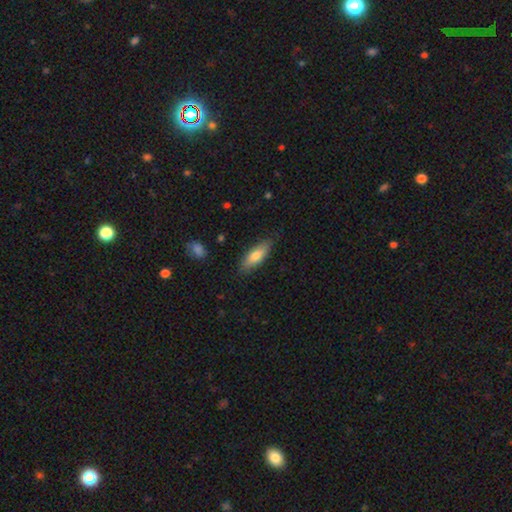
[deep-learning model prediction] Morphology: type=smooth (69%); roundness=in between (57%); merging=none (83%).